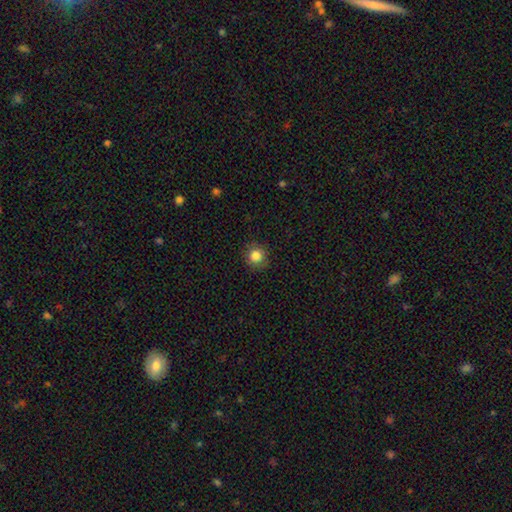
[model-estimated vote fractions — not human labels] The model was most divided on "smooth or featured": smooth: 84%, star or artifact: 10%, featured or disk: 6%. More confident: how rounded — round (92%); merging — none (90%).